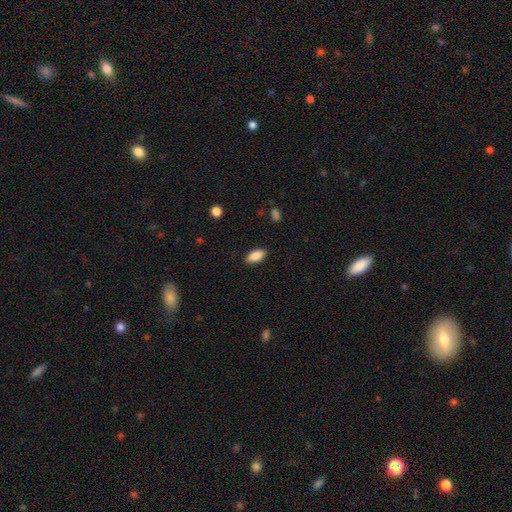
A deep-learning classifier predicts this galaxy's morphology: This is clearly a smooth galaxy (88%). How rounded: clearly in between (90%). Merging: clearly none (88%).